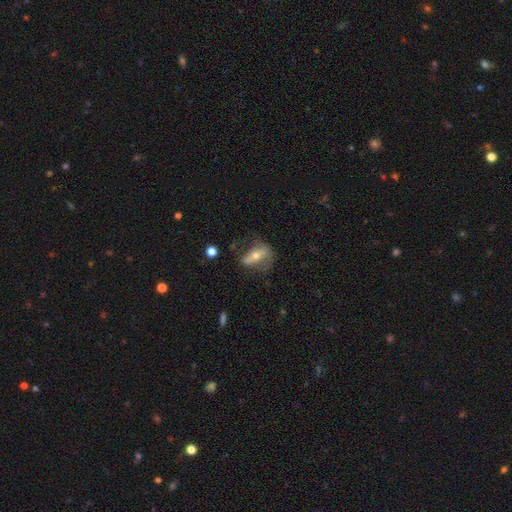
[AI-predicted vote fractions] This is likely a featured or disk galaxy (64%). It is clearly not viewed edge-on (81%). Bar: possibly strong (52%). Spiral arm pattern: possibly yes (59%). Central bulge: possibly moderate (55%). Merging: possibly none (55%).